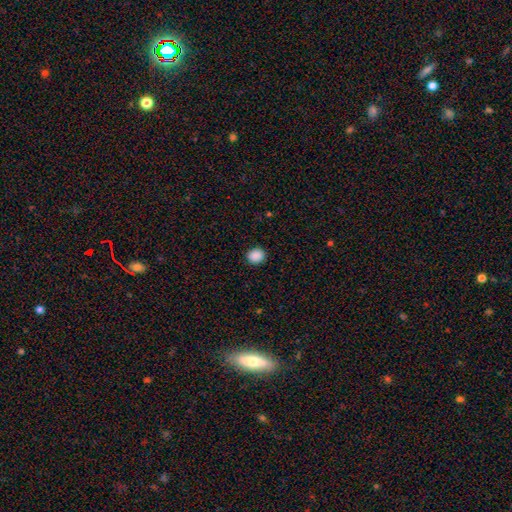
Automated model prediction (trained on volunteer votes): Smooth or featured: smooth — 89% (star or artifact — 9%)
How rounded: round — 73% (in between — 26%)
Merging: none — 91% (minor disturbance — 6%)